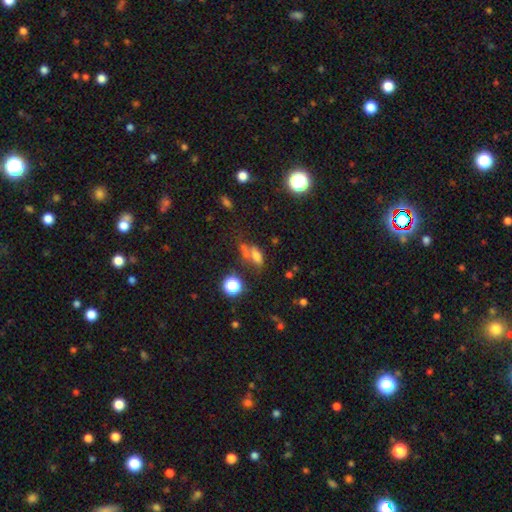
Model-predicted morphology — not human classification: Overall: smooth (57%; star or artifact 26%). How rounded: in between (71%). Merging: none (43%; merger 28%).